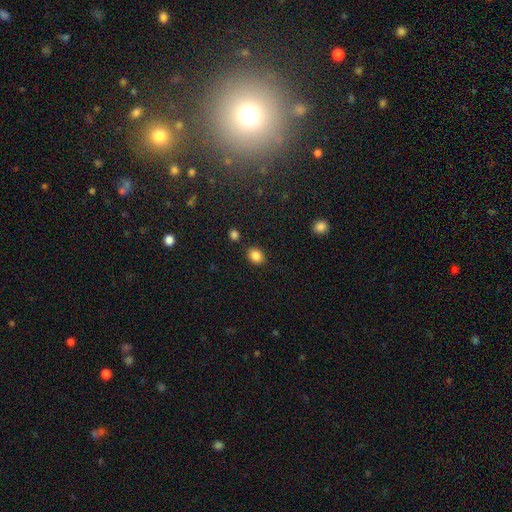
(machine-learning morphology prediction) Smooth or featured? smooth (86%)
How rounded? in between (61%)
Merging? none (83%)